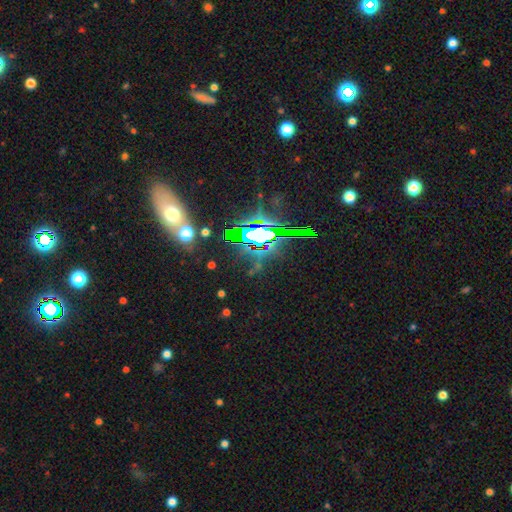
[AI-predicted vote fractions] Overall: star or artifact (57%; featured or disk 25%).